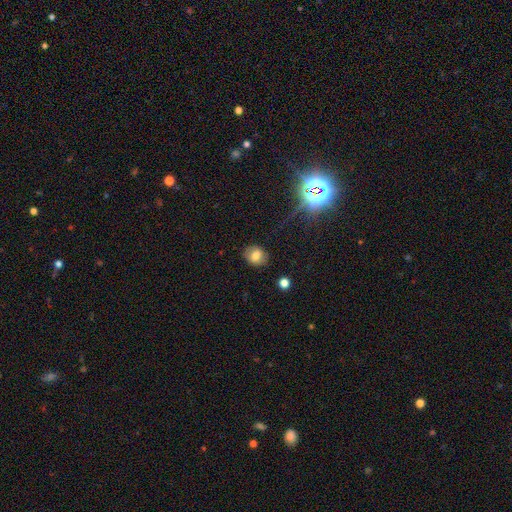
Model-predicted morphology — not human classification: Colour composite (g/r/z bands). It shows a smooth galaxy with no disk features (73%) that is round (56%). Merging: none (85%).